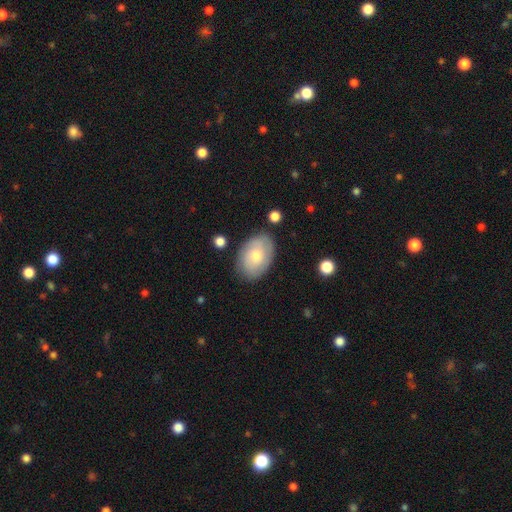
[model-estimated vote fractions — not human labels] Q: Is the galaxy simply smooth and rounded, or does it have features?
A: smooth — 55%.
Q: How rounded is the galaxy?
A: in between — 84%.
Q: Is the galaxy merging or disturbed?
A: none — 78%.